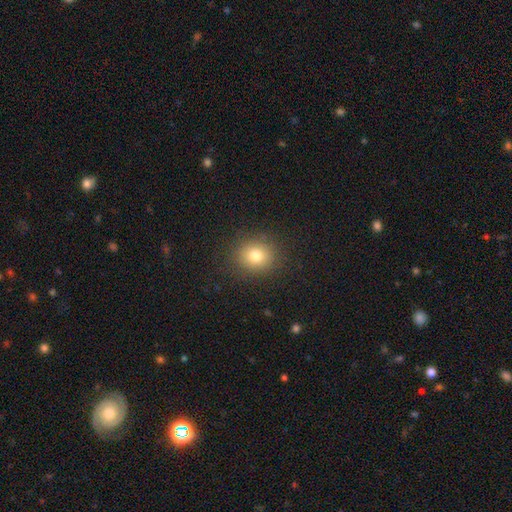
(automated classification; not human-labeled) The model was most divided on "how rounded": round: 78%, in between: 21%, cigar-shaped: 1%. More confident: merging — none (88%); smooth or featured — smooth (78%).